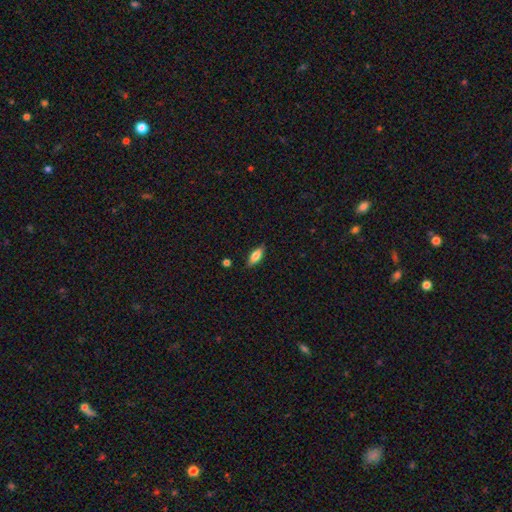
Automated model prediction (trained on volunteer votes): Smooth or featured?
  - smooth: 76% *
  - featured or disk: 17%
  - star or artifact: 7%
How rounded?
  - in between: 76% *
  - cigar-shaped: 21%
  - round: 3%
Merging?
  - none: 84% *
  - minor disturbance: 12%
  - major disturbance: 2%
  - merger: 1%